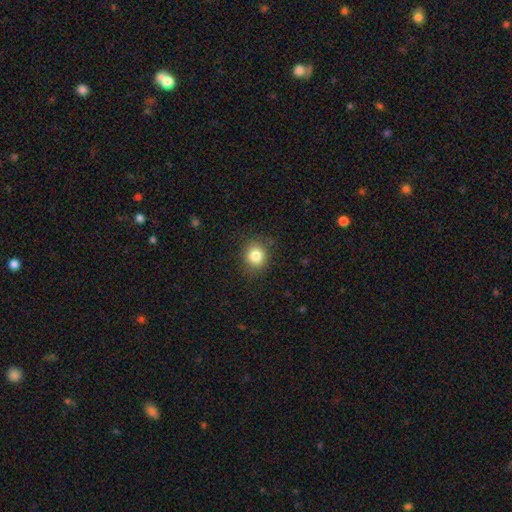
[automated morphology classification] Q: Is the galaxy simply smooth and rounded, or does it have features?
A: smooth — 83%.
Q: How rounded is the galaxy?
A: round — 83%.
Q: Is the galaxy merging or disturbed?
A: none — 86%.